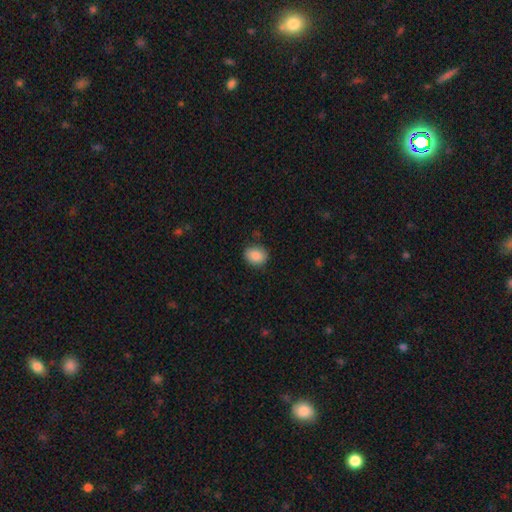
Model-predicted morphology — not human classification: Q: Smooth or featured?
A: smooth (88%); runner-up: star or artifact (8%)
Q: How rounded?
A: round (53%); runner-up: in between (46%)
Q: Merging?
A: none (81%); runner-up: minor disturbance (14%)